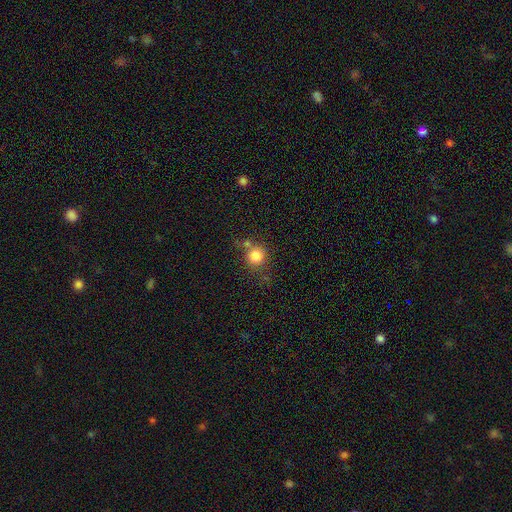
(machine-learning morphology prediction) A smooth galaxy with no disk features (83%) that is round (91%). Merging: none (63%).